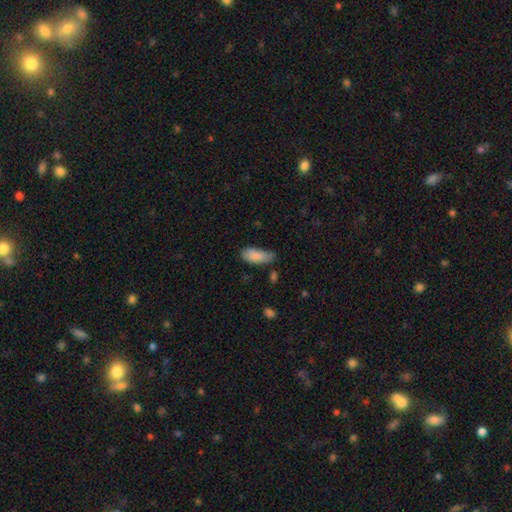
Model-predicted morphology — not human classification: Overall: smooth (85%). How rounded: in between (84%). Merging: none (43%; minor disturbance 41%).